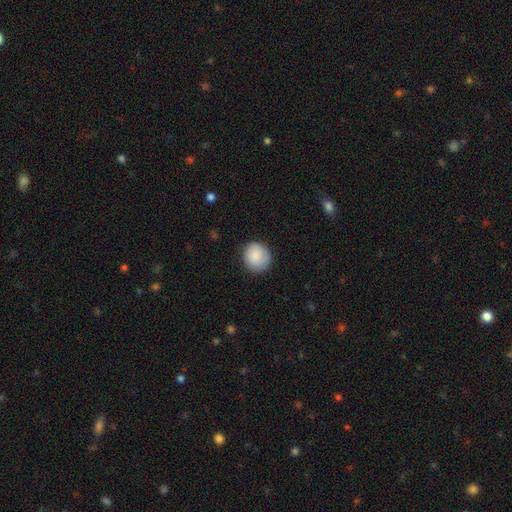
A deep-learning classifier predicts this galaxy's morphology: smooth_or_featured: smooth (p=0.86) [alt: featured or disk p=0.08]
how_rounded: round (p=0.87) [alt: in between p=0.12]
merging: none (p=0.83) [alt: minor disturbance p=0.13]